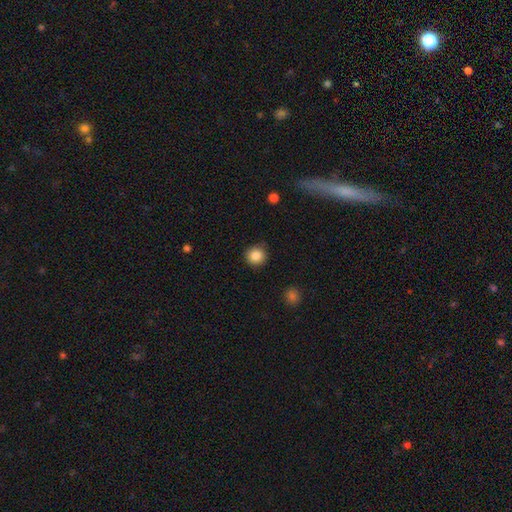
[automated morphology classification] Smooth or featured? Predicted: smooth (p=0.86). How rounded? Predicted: round (p=0.92). Merging? Predicted: none (p=0.86).